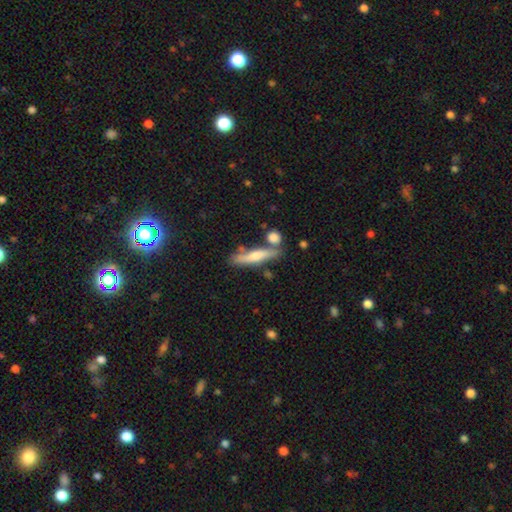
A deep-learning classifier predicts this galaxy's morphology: featured or disk 47%, smooth 41%, star or artifact 12%. Down the decision tree: merging — none (71%).